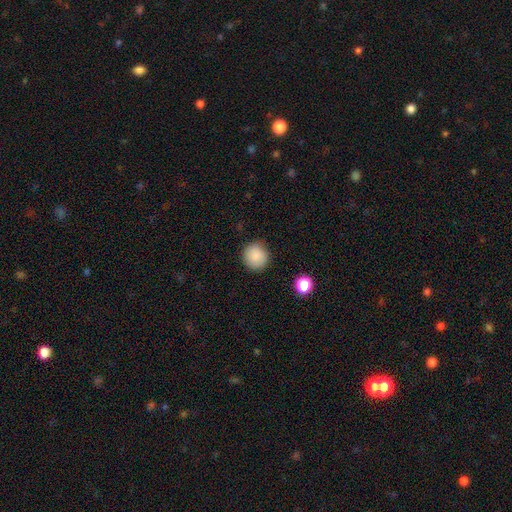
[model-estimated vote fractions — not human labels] Q: Smooth or featured?
A: smooth (87%); runner-up: star or artifact (8%)
Q: How rounded?
A: round (92%); runner-up: in between (7%)
Q: Merging?
A: none (88%); runner-up: minor disturbance (8%)